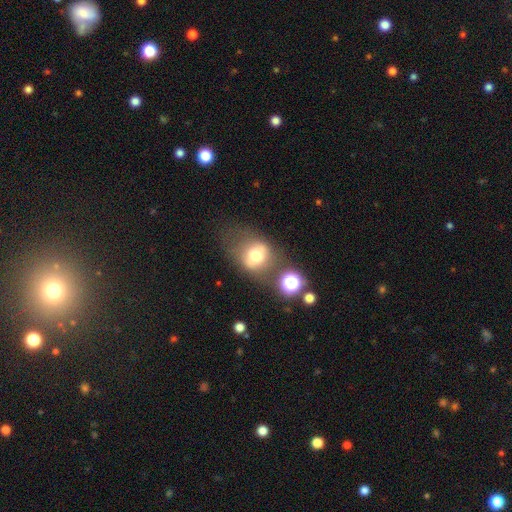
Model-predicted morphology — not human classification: Smooth or featured?
  - smooth: 60% *
  - featured or disk: 27%
  - star or artifact: 13%
How rounded?
  - round: 61% *
  - in between: 38%
  - cigar-shaped: 1%
Merging?
  - none: 53% *
  - minor disturbance: 20%
  - major disturbance: 16%
  - merger: 12%